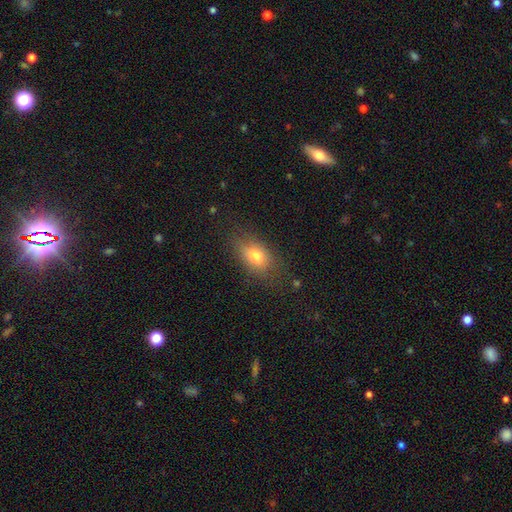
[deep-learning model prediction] smooth_or_featured: smooth (p=0.75) [alt: featured or disk p=0.14]
how_rounded: in between (p=0.81) [alt: round p=0.15]
merging: none (p=0.71) [alt: minor disturbance p=0.19]